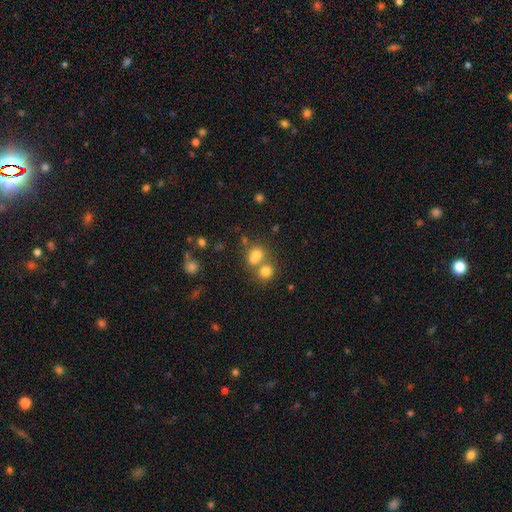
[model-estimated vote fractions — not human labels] Morphology: type=smooth (74%); roundness=round (51%); merging=merger (50%).